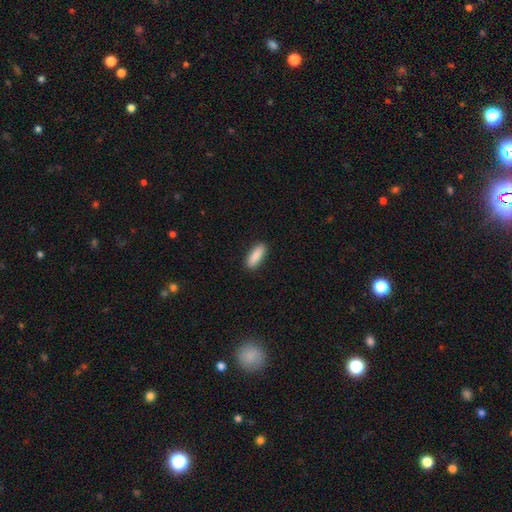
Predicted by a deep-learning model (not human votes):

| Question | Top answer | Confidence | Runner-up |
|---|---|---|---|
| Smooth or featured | smooth | 90% | star or artifact (6%) |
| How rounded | in between | 62% | cigar-shaped (36%) |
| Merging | none | 90% | minor disturbance (7%) |